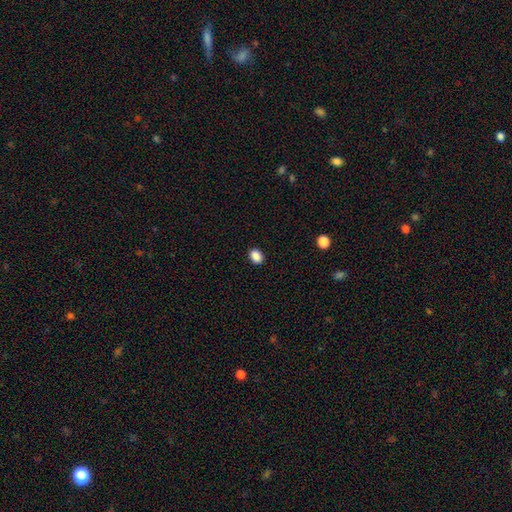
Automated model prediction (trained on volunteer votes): smooth 88%, star or artifact 9%, featured or disk 3%. Down the decision tree: how rounded — in between (66%); merging — none (89%).